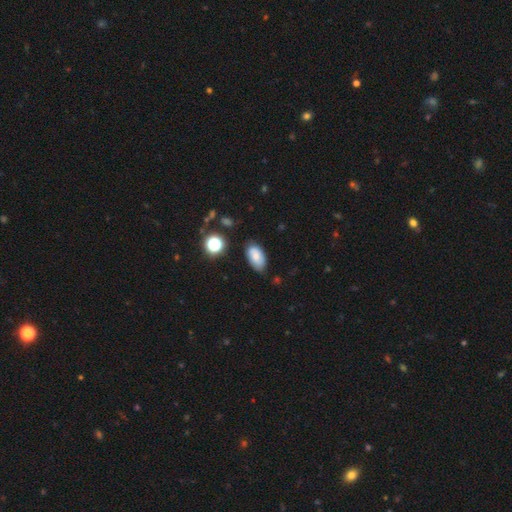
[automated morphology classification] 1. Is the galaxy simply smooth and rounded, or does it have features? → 74% smooth, 17% featured or disk, 10% star or artifact.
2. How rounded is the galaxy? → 93% in between, 5% round, 2% cigar-shaped.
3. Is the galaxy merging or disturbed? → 75% none, 19% minor disturbance, 4% major disturbance, 3% merger.